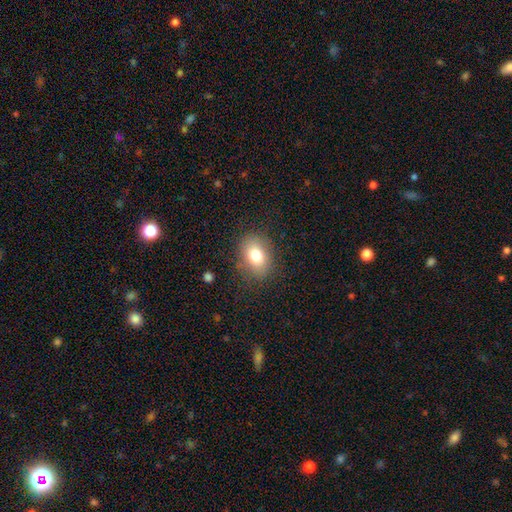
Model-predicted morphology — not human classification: A smooth galaxy with no disk features (77%) that is in between round and cigar-shaped (70%). Merging: none (83%).